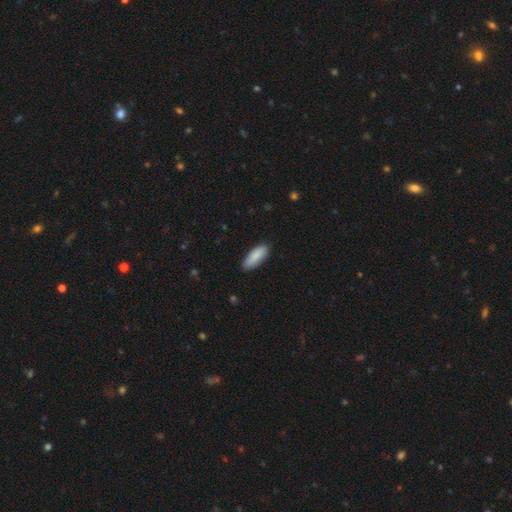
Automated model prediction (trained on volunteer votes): This appears to be a smooth galaxy with no disk features (88%) that is in between round and cigar-shaped (68%). Merging: none (86%).